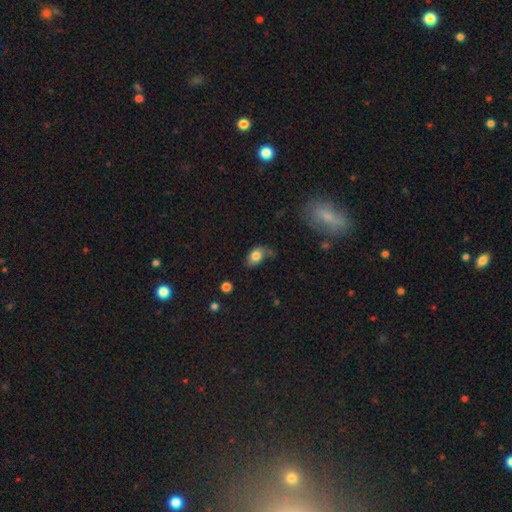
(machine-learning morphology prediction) Smooth or featured?
  - smooth: 74% *
  - featured or disk: 17%
  - star or artifact: 9%
How rounded?
  - in between: 78% *
  - round: 20%
  - cigar-shaped: 2%
Merging?
  - none: 42% *
  - minor disturbance: 35%
  - major disturbance: 19%
  - merger: 5%